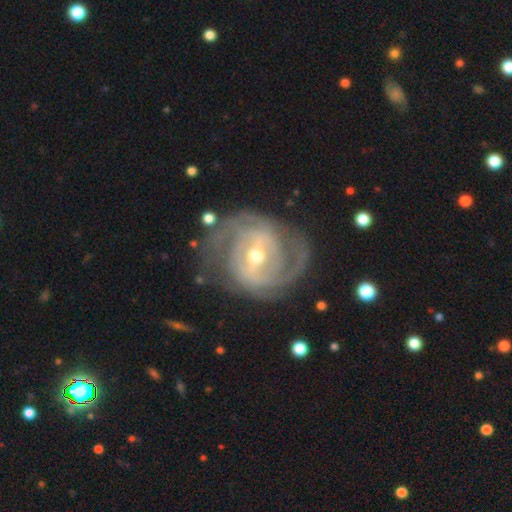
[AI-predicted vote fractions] Morphology: type=featured or disk (88%); edge-on=no (97%); bar=weak (44%); spiral arms=yes (94%); winding=tight (57%); arm count=2 (51%); bulge=moderate (54%); merging=none (72%).